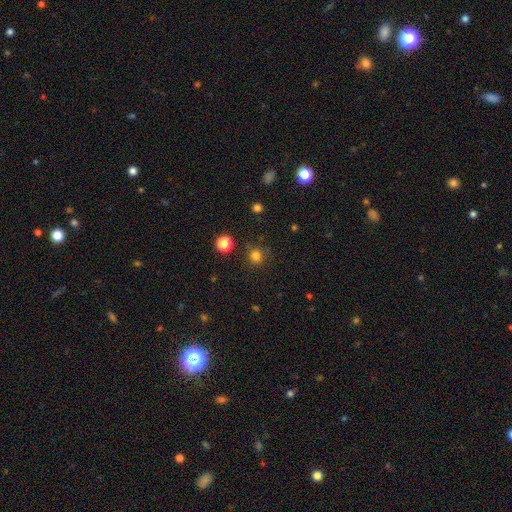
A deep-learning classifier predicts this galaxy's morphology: The model was most divided on "smooth or featured": smooth: 79%, star or artifact: 16%, featured or disk: 4%. More confident: how rounded — round (91%); merging — none (85%).